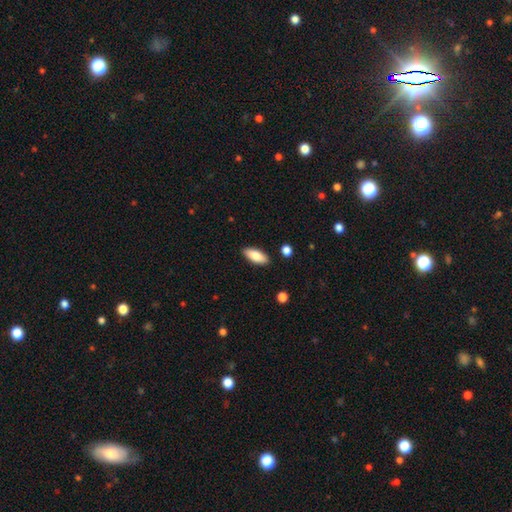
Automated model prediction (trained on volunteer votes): A smooth galaxy with no disk features (84%) that is in between round and cigar-shaped (83%). Merging: none (88%).